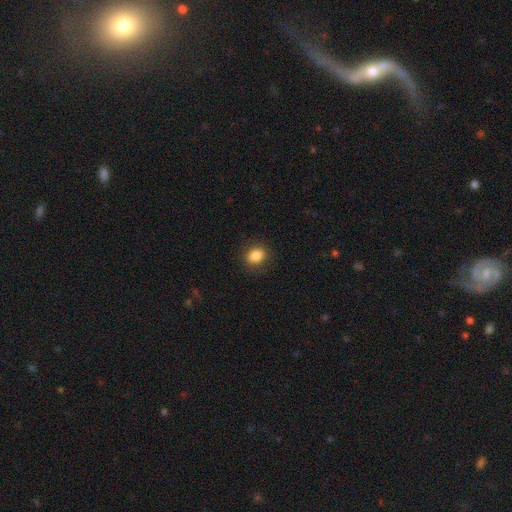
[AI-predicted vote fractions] Overall: smooth (85%). How rounded: in between (56%; round 43%). Merging: none (86%).